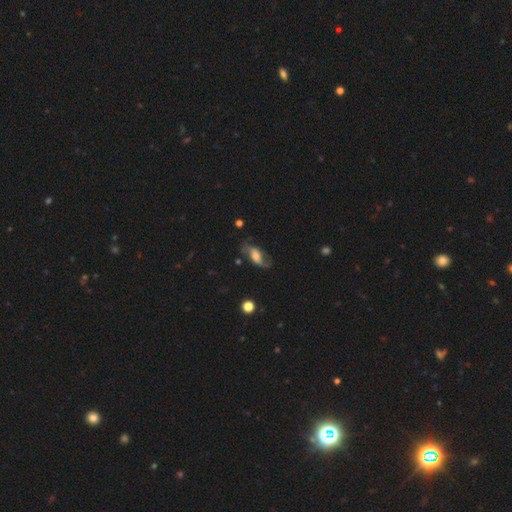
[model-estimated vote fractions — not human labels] Smooth or featured? featured or disk (68%)
Edge-on disk? no (91%)
Bar? weak (40%)
Spiral arms? yes (89%)
Spiral winding? loose (59%)
Spiral arm count? 2 (85%)
Bulge size? moderate (36%)
Merging? none (63%)